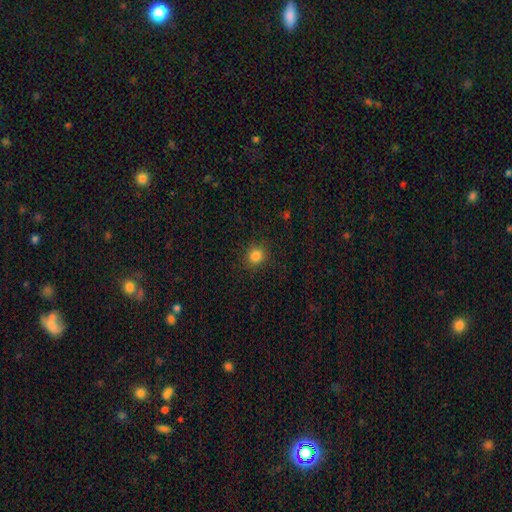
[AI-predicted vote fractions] The model was most divided on "how rounded": round: 84%, in between: 15%, cigar-shaped: 1%. More confident: merging — none (89%); smooth or featured — smooth (84%).